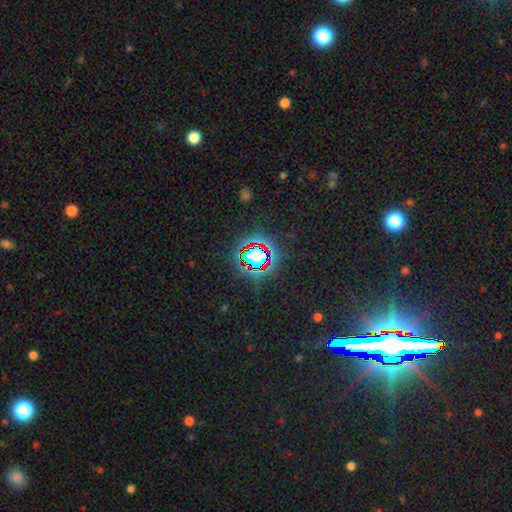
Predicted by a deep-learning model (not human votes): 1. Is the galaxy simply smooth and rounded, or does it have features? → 71% star or artifact, 18% smooth, 11% featured or disk.